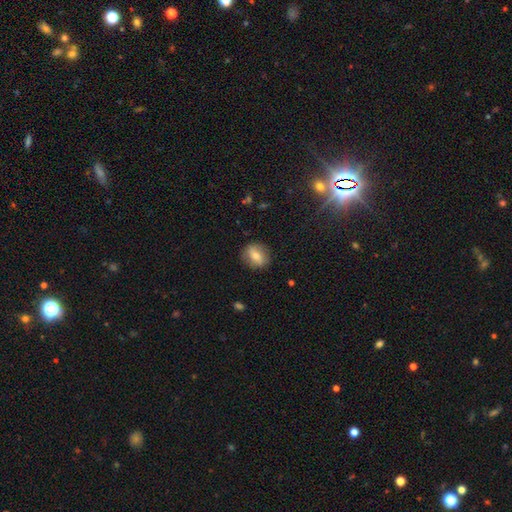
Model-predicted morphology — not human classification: Smooth or featured?
  - smooth: 62% *
  - featured or disk: 29%
  - star or artifact: 9%
How rounded?
  - round: 56% *
  - in between: 42%
  - cigar-shaped: 3%
Merging?
  - none: 84% *
  - minor disturbance: 12%
  - major disturbance: 3%
  - merger: 1%